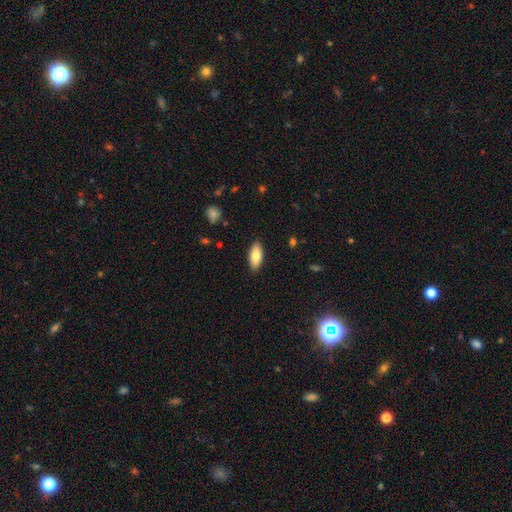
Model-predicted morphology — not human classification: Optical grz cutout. It shows a smooth galaxy with no disk features (82%) that is in between round and cigar-shaped (86%). Merging: none (88%).